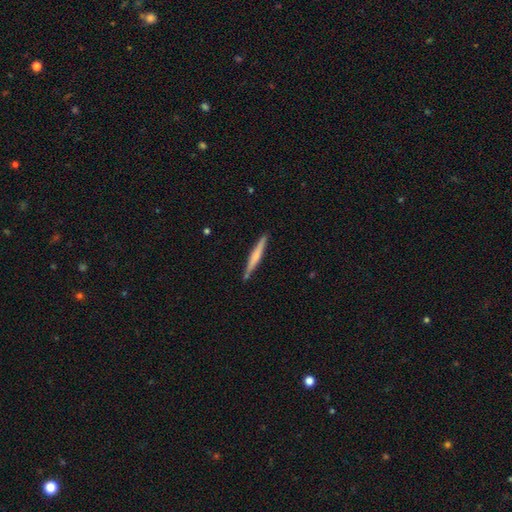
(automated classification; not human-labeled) This appears to be a smooth galaxy with no disk features (50%) that is cigar-shaped (96%). Merging: none (88%).